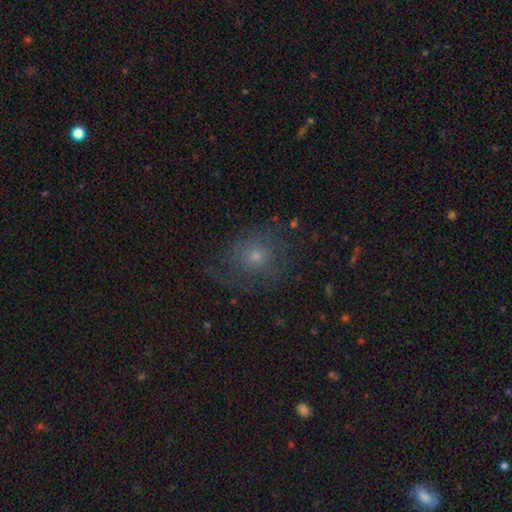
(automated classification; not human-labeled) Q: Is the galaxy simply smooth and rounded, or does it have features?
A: smooth — 58%.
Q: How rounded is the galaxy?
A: round — 76%.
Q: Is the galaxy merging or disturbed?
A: none — 62%.